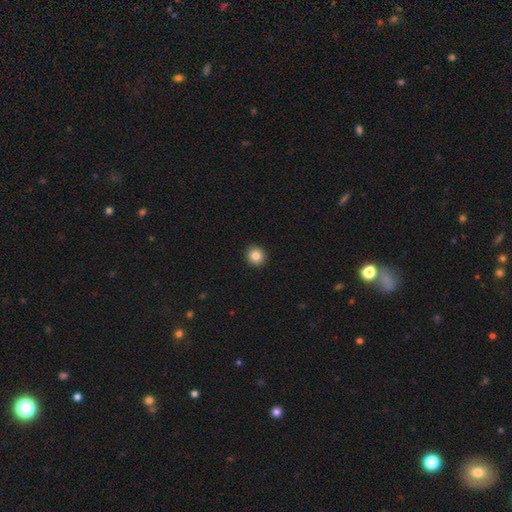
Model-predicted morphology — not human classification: Q: Smooth or featured?
A: smooth (85%); runner-up: star or artifact (10%)
Q: How rounded?
A: round (93%); runner-up: in between (6%)
Q: Merging?
A: none (93%); runner-up: minor disturbance (4%)